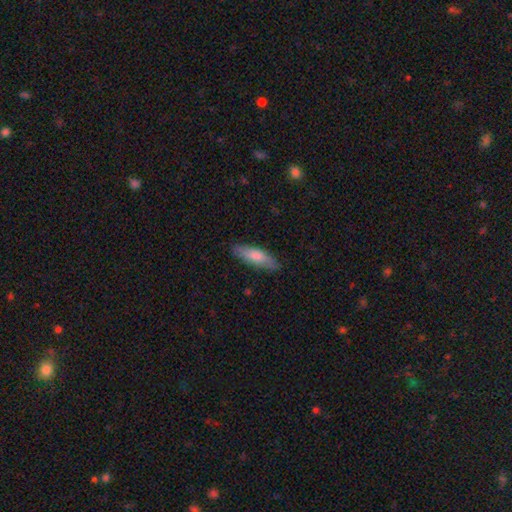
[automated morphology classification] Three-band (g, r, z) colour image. It shows a smooth galaxy with no disk features (73%) that is cigar-shaped (56%). Merging: none (85%).